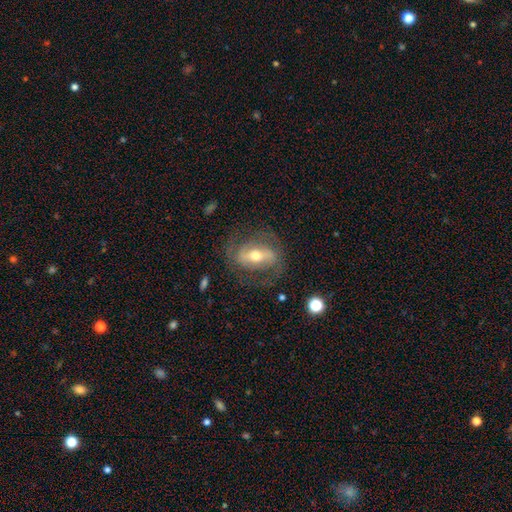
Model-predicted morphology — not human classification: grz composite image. It shows a featured or disk galaxy (72%) with a strong bar (52%), spiral arms (72%) and a moderate central bulge (66%). Merging: none (69%).